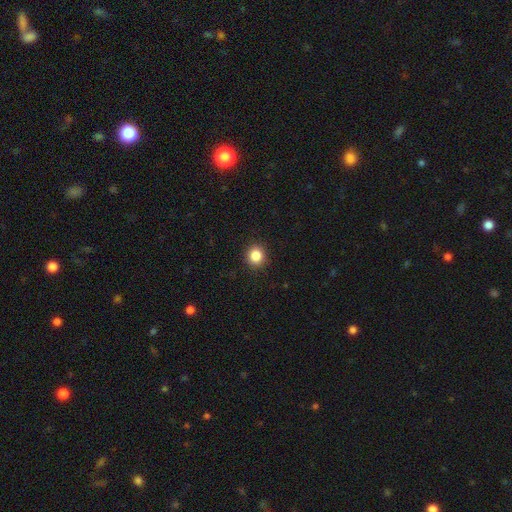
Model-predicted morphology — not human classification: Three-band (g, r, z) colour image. It shows a smooth galaxy with no disk features (85%) that is round (89%). Merging: none (92%).